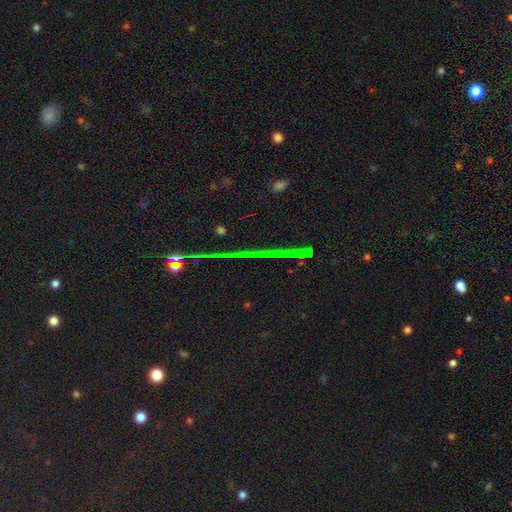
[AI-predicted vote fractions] A star or artifact, not a galaxy (77%).